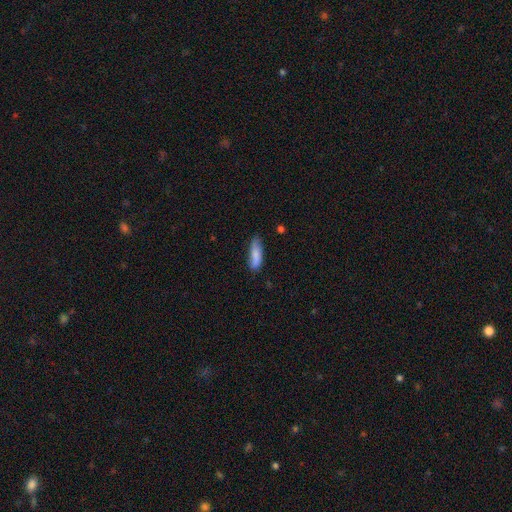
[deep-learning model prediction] Smooth or featured?
  - smooth: 79% *
  - featured or disk: 14%
  - star or artifact: 7%
How rounded?
  - in between: 50% *
  - cigar-shaped: 48%
  - round: 2%
Merging?
  - none: 66% *
  - minor disturbance: 26%
  - major disturbance: 5%
  - merger: 3%